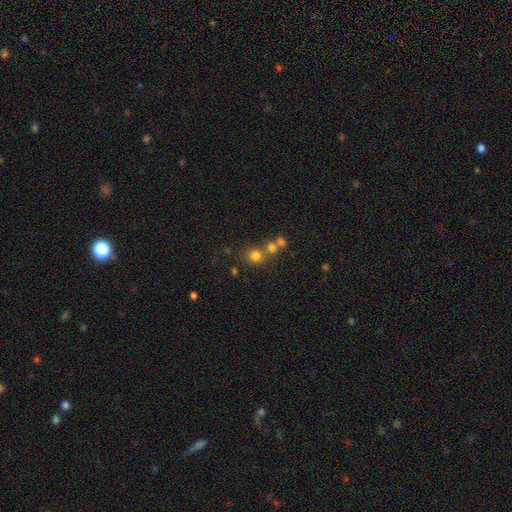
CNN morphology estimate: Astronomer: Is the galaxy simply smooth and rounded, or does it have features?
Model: smooth — 75%.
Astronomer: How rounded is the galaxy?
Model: round — 84%.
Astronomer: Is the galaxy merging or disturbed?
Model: none — 58%.